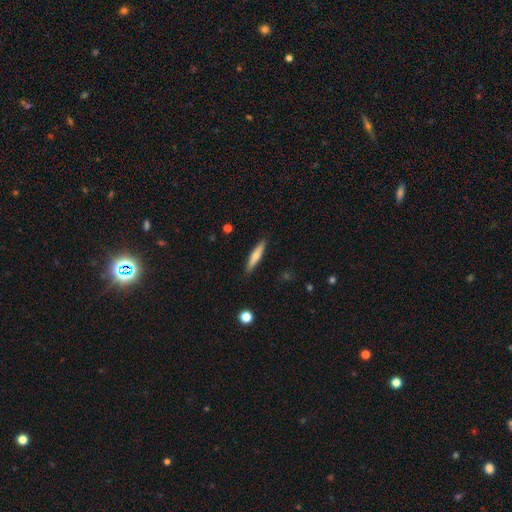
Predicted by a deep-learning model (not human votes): Smooth or featured? smooth (58%)
How rounded? cigar-shaped (87%)
Merging? none (89%)